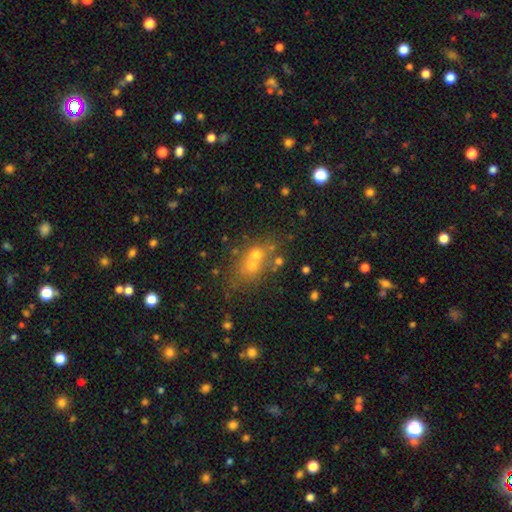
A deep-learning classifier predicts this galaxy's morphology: This is possibly a smooth galaxy (48%). Merging: possibly merger (46%).